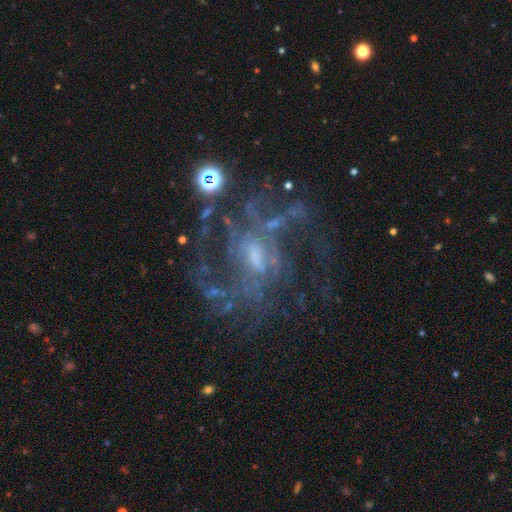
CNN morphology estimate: A featured or disk galaxy (81%) with a weak bar (45%), medium (47%) spiral arms (85%) and a small central bulge (48%). Merging: none (57%).